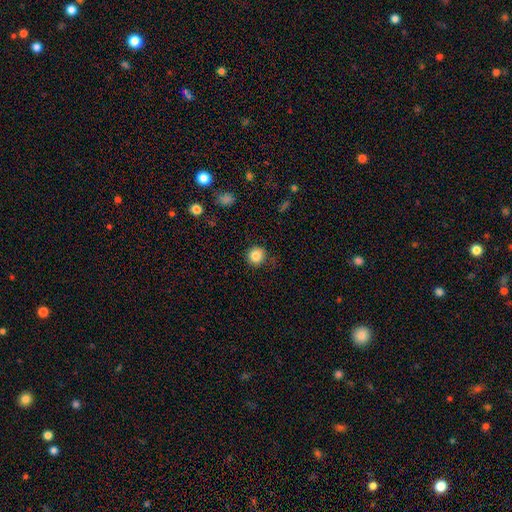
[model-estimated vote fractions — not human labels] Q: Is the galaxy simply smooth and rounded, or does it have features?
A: smooth — 85%.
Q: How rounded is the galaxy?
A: round — 92%.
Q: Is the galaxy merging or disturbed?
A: none — 85%.